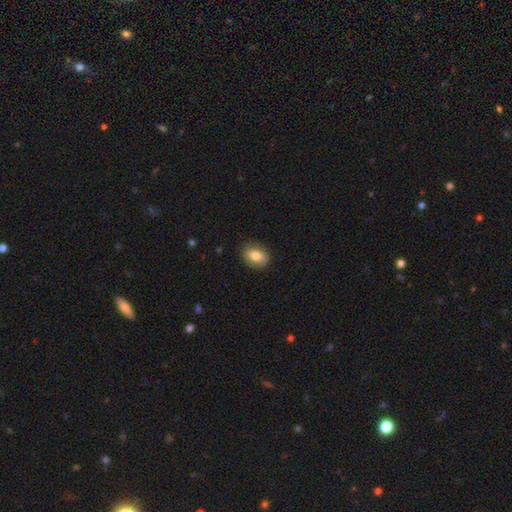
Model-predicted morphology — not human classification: A smooth galaxy with no disk features (73%) that is in between round and cigar-shaped (65%). Merging: none (84%).